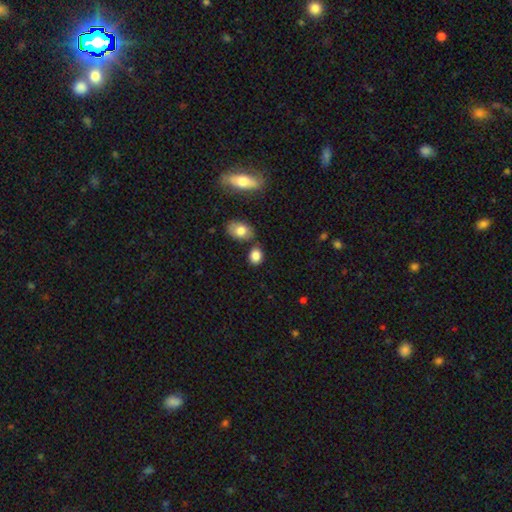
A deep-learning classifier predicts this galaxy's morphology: A smooth galaxy with no disk features (85%) that is in between round and cigar-shaped (63%).

Vote fractions:
- Smooth or featured? smooth: 85% / star or artifact: 9% / featured or disk: 7%
- How rounded? in between: 63% / round: 36% / cigar-shaped: 2%
- Merging? none: 69% / merger: 14% / minor disturbance: 14% / major disturbance: 4%